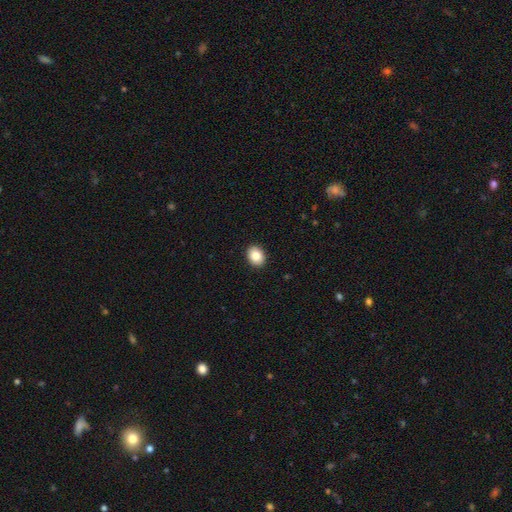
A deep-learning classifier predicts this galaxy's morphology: smooth-or-featured: smooth: 85% | star or artifact: 8% | featured or disk: 7%
  how-rounded: in between: 58% | round: 42% | cigar-shaped: 1%
  merging: none: 92% | minor disturbance: 6% | major disturbance: 2% | merger: 1%